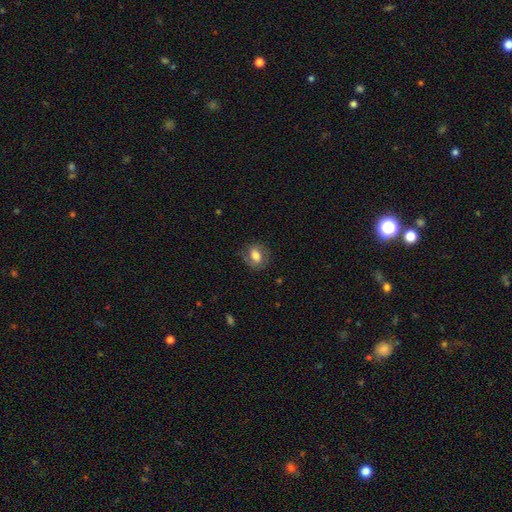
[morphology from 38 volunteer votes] Q: Smooth or featured?
A: smooth (66%); runner-up: featured or disk (24%)
Q: How rounded?
A: in between (72%); runner-up: round (28%)
Q: Merging?
A: none (76%); runner-up: minor disturbance (18%)